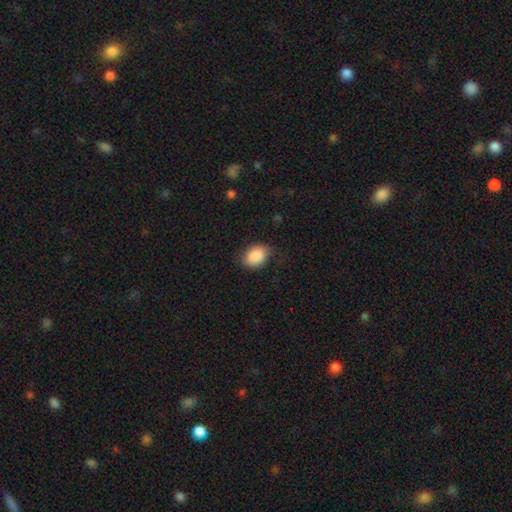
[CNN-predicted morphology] Q: Smooth or featured?
A: smooth (89%); runner-up: star or artifact (7%)
Q: How rounded?
A: in between (71%); runner-up: round (28%)
Q: Merging?
A: none (77%); runner-up: minor disturbance (17%)